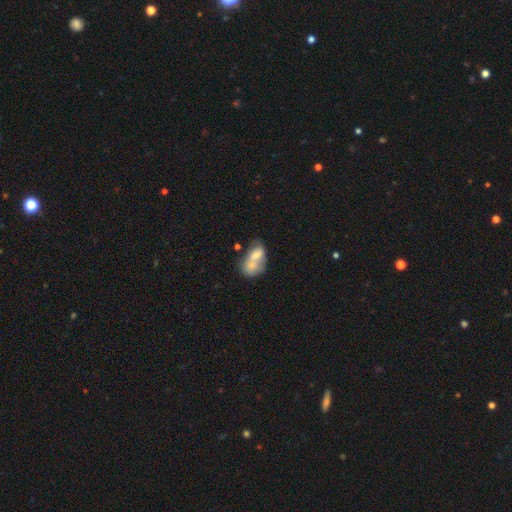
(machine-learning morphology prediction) Q: Smooth or featured?
A: smooth (63%); runner-up: featured or disk (29%)
Q: How rounded?
A: in between (81%); runner-up: round (17%)
Q: Merging?
A: merger (69%); runner-up: none (16%)